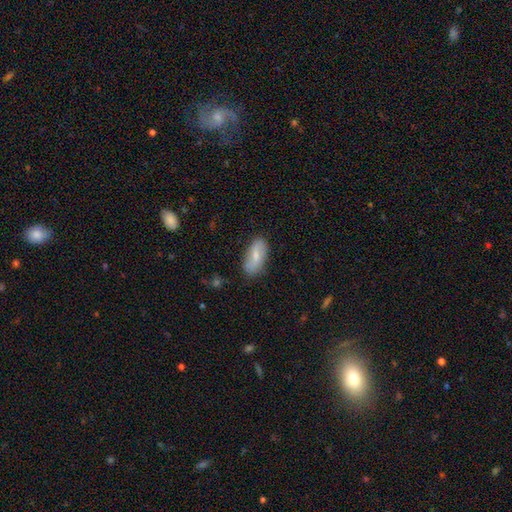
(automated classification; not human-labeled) smooth 66%, featured or disk 28%, star or artifact 6%. Down the decision tree: how rounded — in between (88%); merging — none (80%).